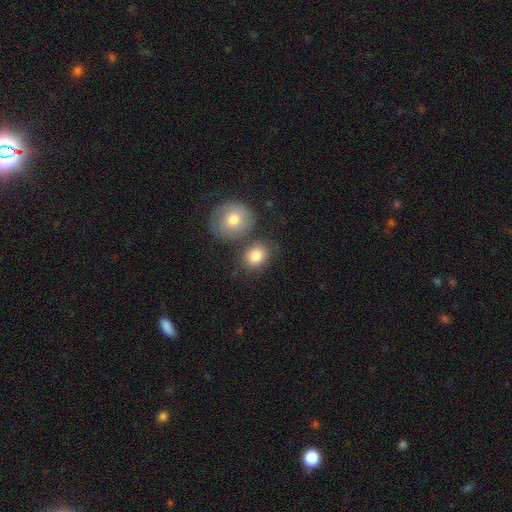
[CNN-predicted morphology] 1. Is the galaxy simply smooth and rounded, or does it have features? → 83% smooth, 10% featured or disk, 8% star or artifact.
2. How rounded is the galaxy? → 52% round, 47% in between, 1% cigar-shaped.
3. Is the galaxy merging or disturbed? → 64% none, 18% merger, 13% minor disturbance, 4% major disturbance.